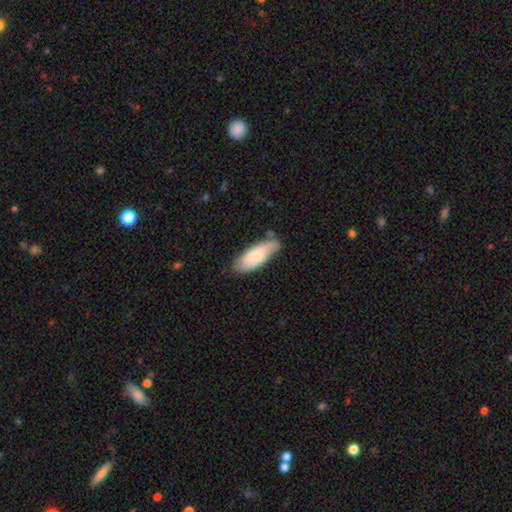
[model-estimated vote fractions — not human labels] smooth 75%, featured or disk 19%, star or artifact 6%. Down the decision tree: how rounded — in between (70%); merging — none (63%).